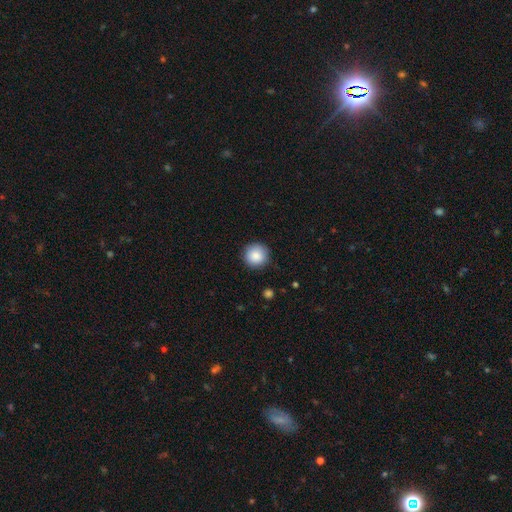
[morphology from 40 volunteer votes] type=smooth (85%); roundness=round (100%); merging=none (94%).